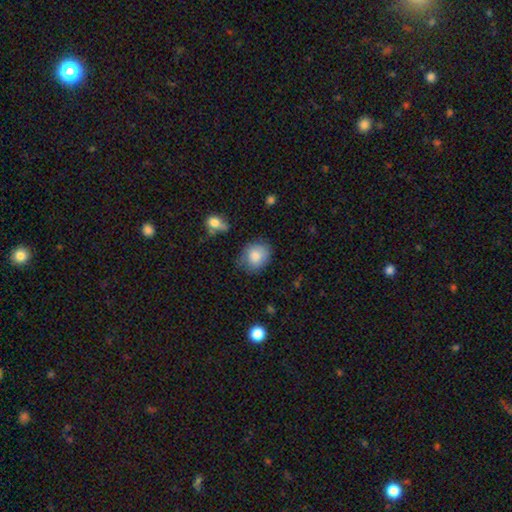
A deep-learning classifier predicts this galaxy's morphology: This appears to be a smooth galaxy with no disk features (83%) that is round (60%). Merging: none (67%).